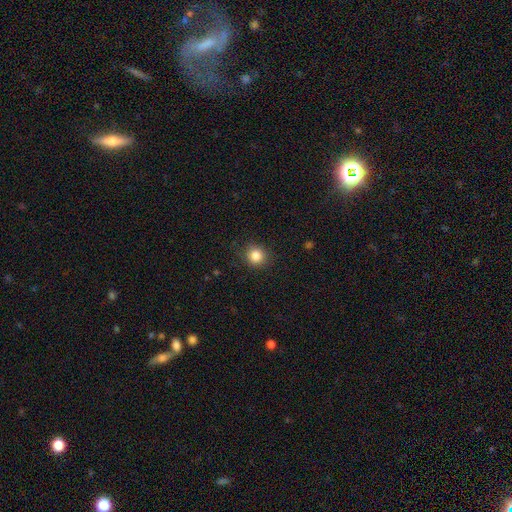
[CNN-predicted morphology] A smooth galaxy with no disk features (85%) that is round (88%).

Vote fractions:
- Smooth or featured? smooth: 85% / star or artifact: 11% / featured or disk: 4%
- How rounded? round: 88% / in between: 11% / cigar-shaped: 1%
- Merging? none: 88% / minor disturbance: 8% / major disturbance: 2% / merger: 1%